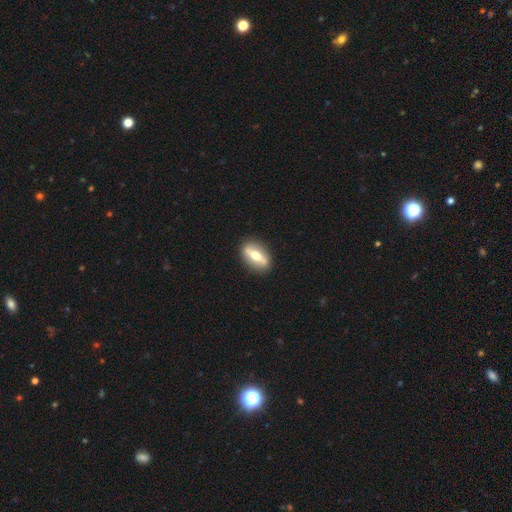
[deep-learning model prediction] This is possibly a featured or disk galaxy (57%). It is possibly not viewed edge-on (50%, tied with yes). Merging: clearly none (87%).